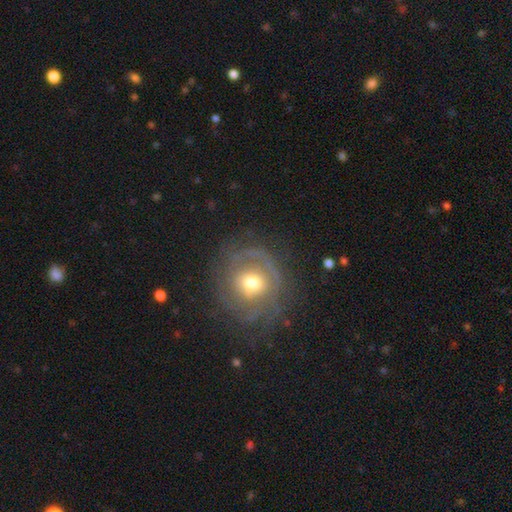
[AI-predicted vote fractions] The model was most divided on "smooth or featured": featured or disk: 42%, smooth: 40%, star or artifact: 17%. More confident: merging — none (81%).